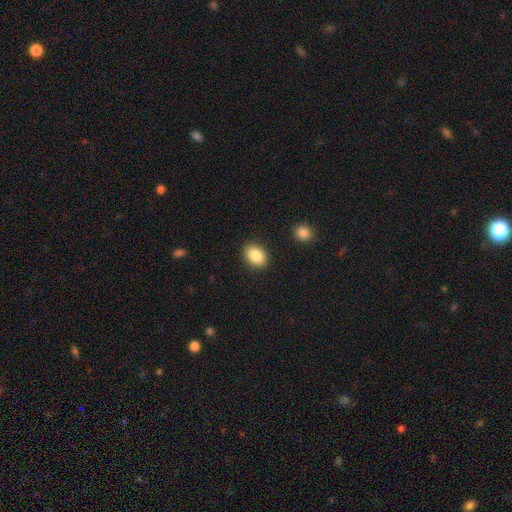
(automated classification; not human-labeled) Smooth or featured?
  - smooth: 87% *
  - star or artifact: 8%
  - featured or disk: 5%
How rounded?
  - in between: 77% *
  - round: 22%
  - cigar-shaped: 1%
Merging?
  - none: 88% *
  - minor disturbance: 8%
  - major disturbance: 2%
  - merger: 2%